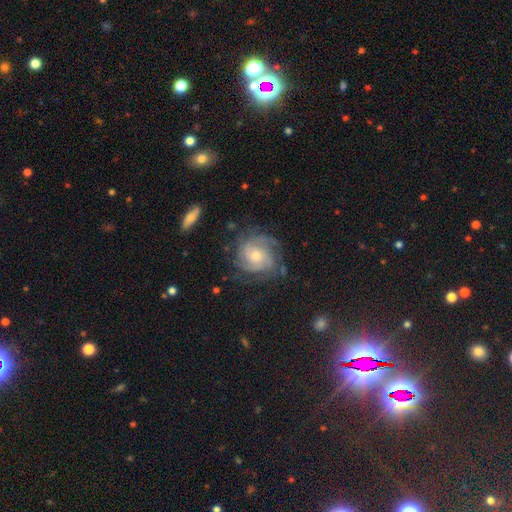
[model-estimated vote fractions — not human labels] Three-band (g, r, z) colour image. It shows a featured or disk galaxy (81%) with no bar (72%), tight (63%) spiral arms (95%) and a moderate central bulge (50%). Merging: none (71%).